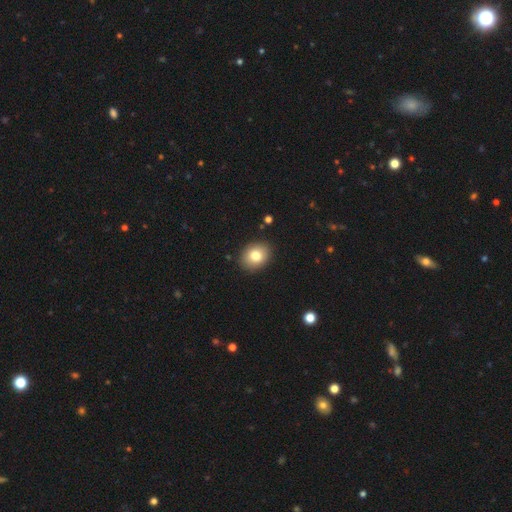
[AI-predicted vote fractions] Overall: smooth (81%). How rounded: round (52%; in between 47%). Merging: none (89%).